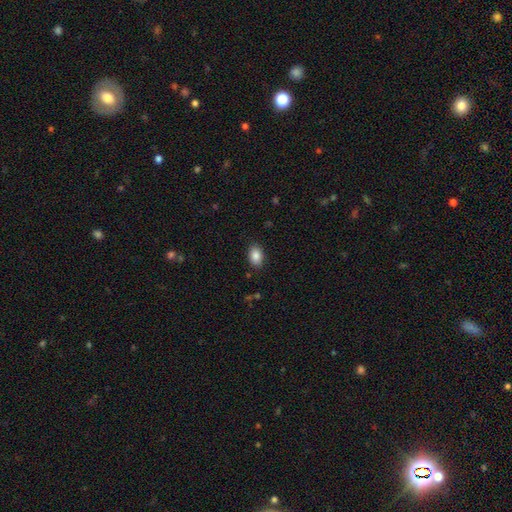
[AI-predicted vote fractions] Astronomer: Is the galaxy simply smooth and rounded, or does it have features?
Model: smooth — 87%.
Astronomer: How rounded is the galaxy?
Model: in between — 84%.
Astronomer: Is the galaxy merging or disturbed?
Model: none — 87%.